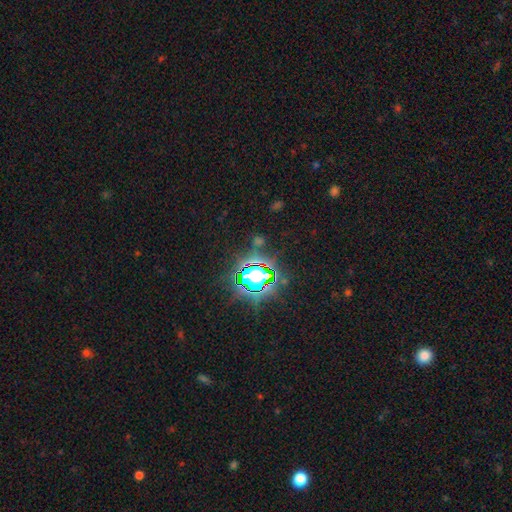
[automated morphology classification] Smooth or featured? Predicted: star or artifact (p=0.80).